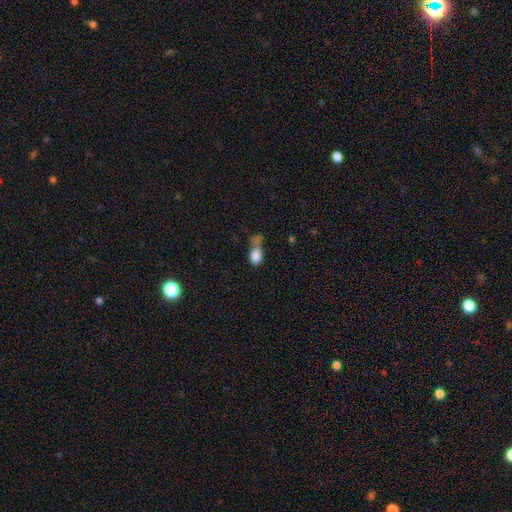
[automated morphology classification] Smooth or featured? Predicted: smooth (p=0.83). How rounded? Predicted: in between (p=0.85). Merging? Predicted: merger (p=0.39).